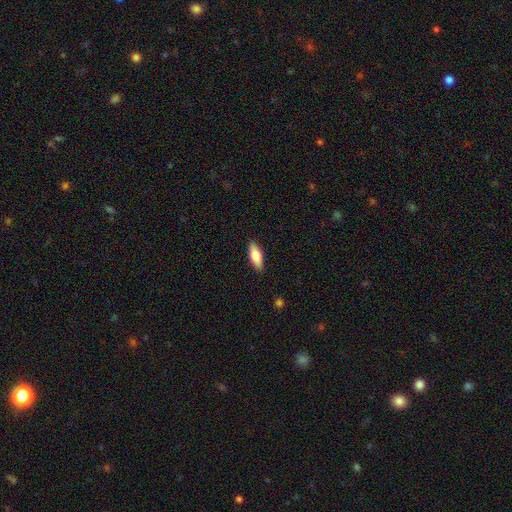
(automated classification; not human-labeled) This is likely a smooth galaxy (66%). How rounded: likely in between (65%). Merging: clearly none (88%).